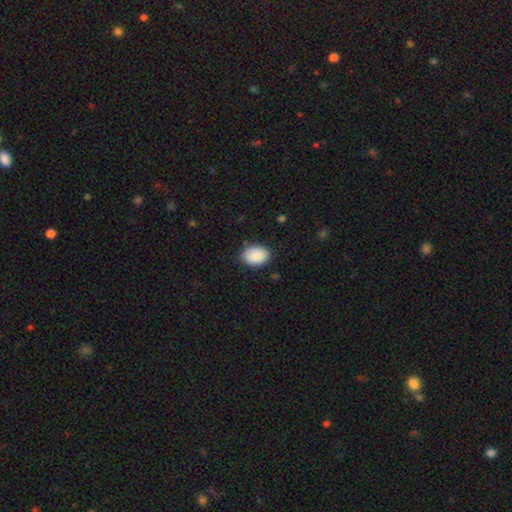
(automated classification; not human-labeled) This appears to be a smooth galaxy with no disk features (90%) that is in between round and cigar-shaped (78%). Merging: none (85%).